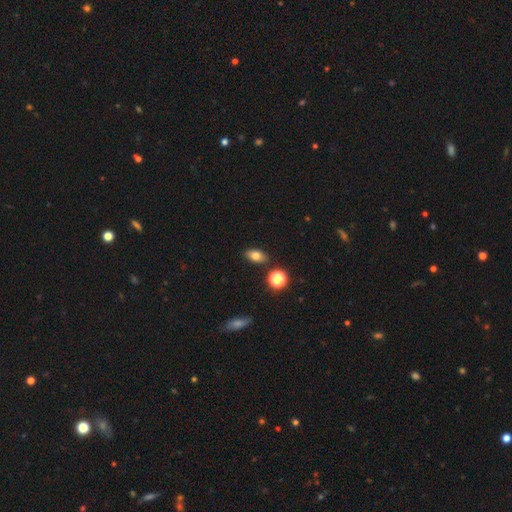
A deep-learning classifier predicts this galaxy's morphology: Smooth or featured? smooth (77%)
How rounded? in between (83%)
Merging? none (85%)